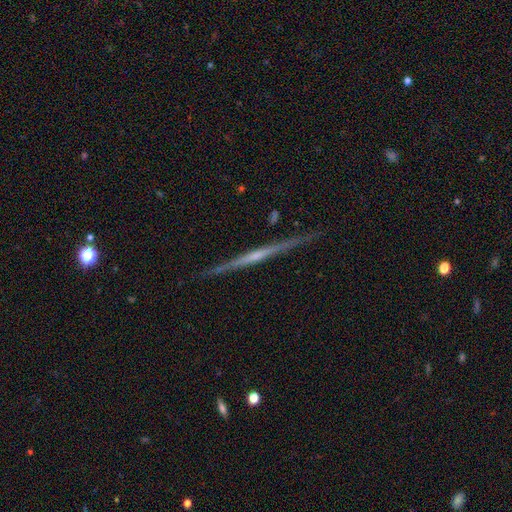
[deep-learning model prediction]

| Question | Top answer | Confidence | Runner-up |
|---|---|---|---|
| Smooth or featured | featured or disk | 78% | smooth (16%) |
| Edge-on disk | yes | 98% | no (2%) |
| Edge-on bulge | none | 53% | rounded (39%) |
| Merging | none | 89% | minor disturbance (8%) |